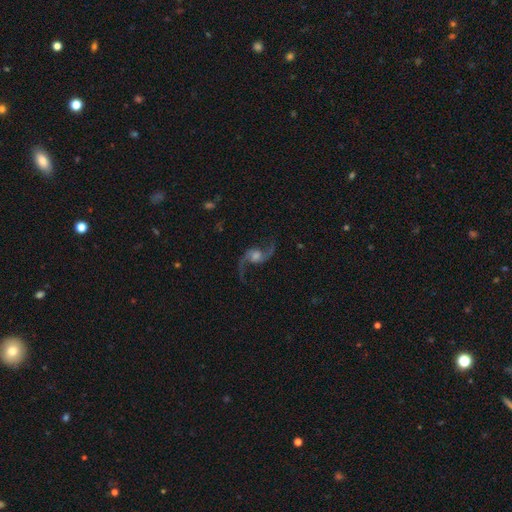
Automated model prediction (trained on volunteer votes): This is clearly a featured or disk galaxy (89%). It is clearly not viewed edge-on (96%). Bar: likely no (61%). Spiral arm pattern: clearly yes (97%). Spiral arm count: clearly 2 (94%). Spiral winding: clearly loose (82%). Central bulge: marginally moderate (43%). Merging: likely none (79%).